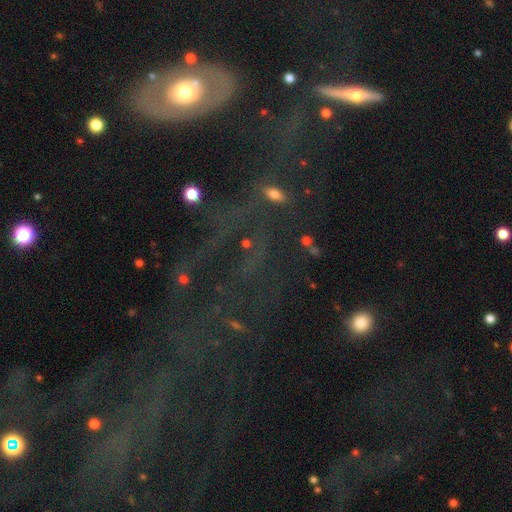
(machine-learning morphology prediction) Q: Smooth or featured?
A: star or artifact (40%); runner-up: featured or disk (38%)